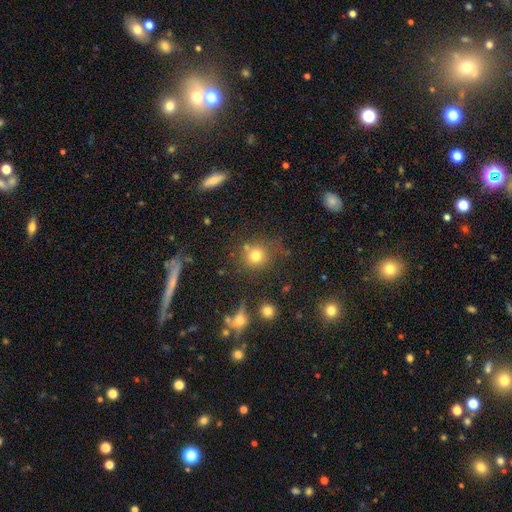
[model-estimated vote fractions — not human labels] Q: Smooth or featured?
A: smooth (77%); runner-up: star or artifact (15%)
Q: How rounded?
A: round (88%); runner-up: in between (11%)
Q: Merging?
A: none (71%); runner-up: minor disturbance (13%)